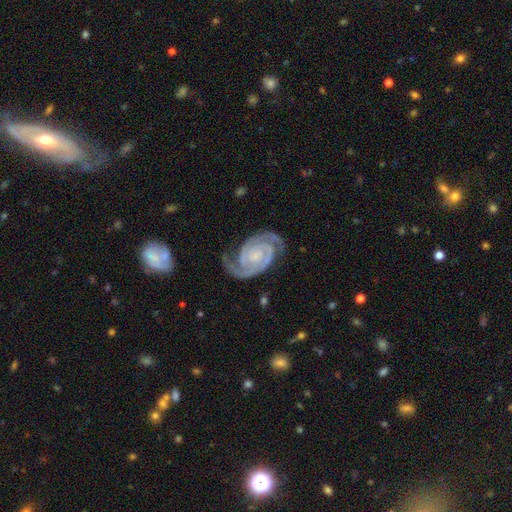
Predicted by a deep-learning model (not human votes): smooth_or_featured: featured or disk (p=0.93) [alt: star or artifact p=0.04]
disk_edge_on: no (p=0.98) [alt: yes p=0.02]
bar: no (p=0.57) [alt: weak p=0.32]
has_spiral_arms: yes (p=0.99) [alt: no p=0.01]
spiral_winding: tight (p=0.66) [alt: medium p=0.30]
spiral_arm_count: 2 (p=0.89) [alt: 3 p=0.04]
bulge_size: small (p=0.48) [alt: none p=0.30]
merging: none (p=0.75) [alt: minor disturbance p=0.16]